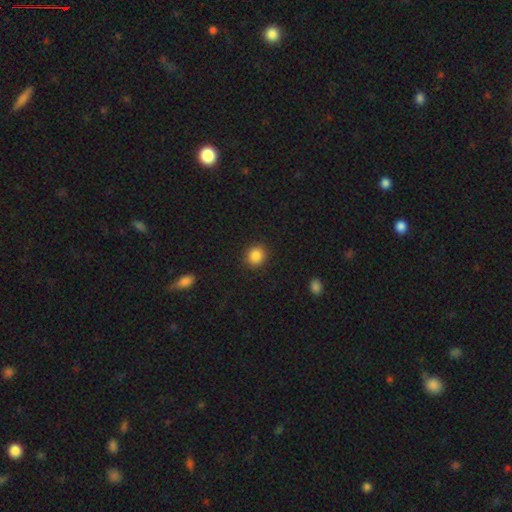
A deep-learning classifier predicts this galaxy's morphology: This appears to be a smooth galaxy with no disk features (87%) that is round (84%). Merging: none (90%).